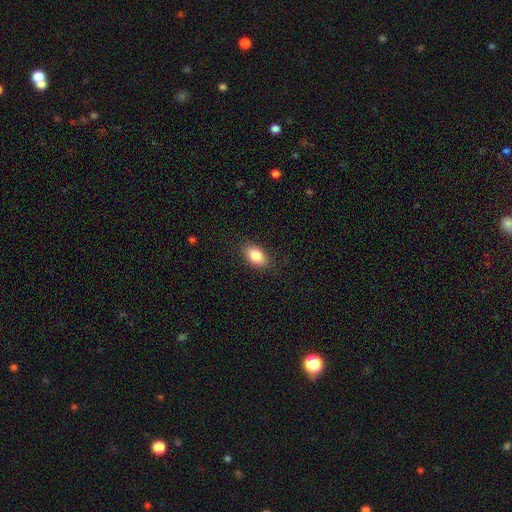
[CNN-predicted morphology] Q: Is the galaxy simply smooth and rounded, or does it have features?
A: smooth — 85%.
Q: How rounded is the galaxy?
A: in between — 90%.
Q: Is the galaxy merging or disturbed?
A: none — 86%.